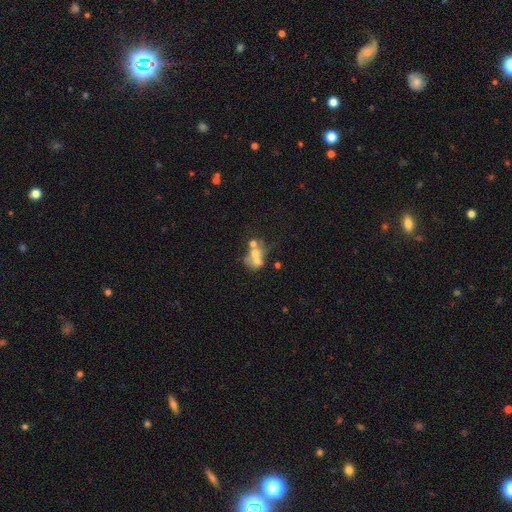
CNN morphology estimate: This appears to be a smooth galaxy with no disk features (46%). Merging: merger (60%).